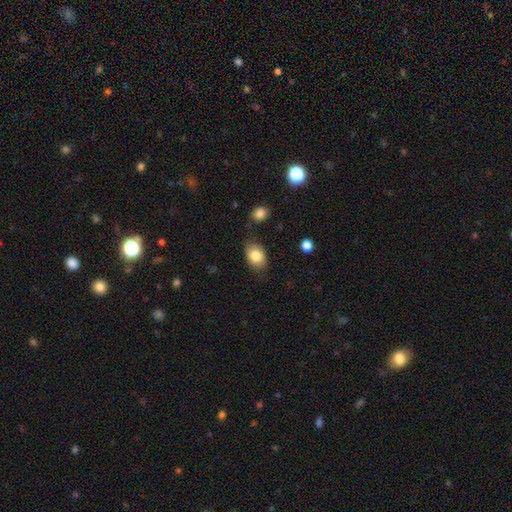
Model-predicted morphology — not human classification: type=smooth (82%); roundness=in between (76%); merging=none (75%).